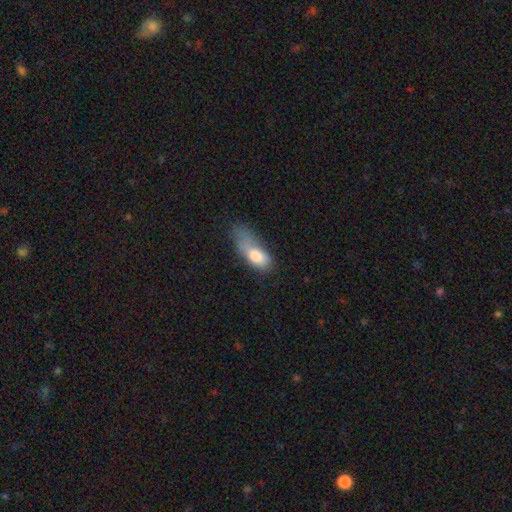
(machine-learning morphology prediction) The model was most divided on "merging": major disturbance: 45%, minor disturbance: 32%, none: 17%, merger: 6%. More confident: how rounded — in between (82%); smooth or featured — smooth (74%).